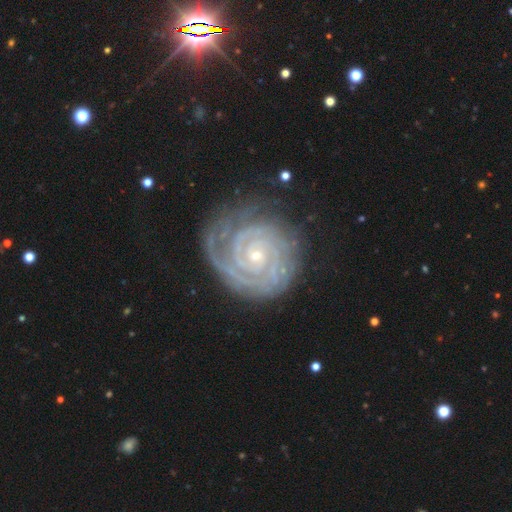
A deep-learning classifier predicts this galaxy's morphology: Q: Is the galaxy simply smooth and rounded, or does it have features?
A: featured or disk — 91%.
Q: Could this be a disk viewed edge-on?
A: no — 98%.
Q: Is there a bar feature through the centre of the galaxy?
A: no — 73%.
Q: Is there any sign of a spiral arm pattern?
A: yes — 98%.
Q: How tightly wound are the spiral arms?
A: tight — 87%.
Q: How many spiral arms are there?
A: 2 — 40%.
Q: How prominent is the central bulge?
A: small — 83%.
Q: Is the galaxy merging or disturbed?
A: none — 72%.